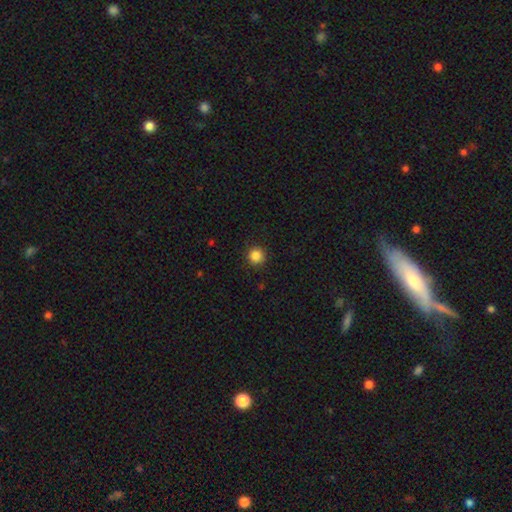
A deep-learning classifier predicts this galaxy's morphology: smooth_or_featured: smooth (p=0.86) [alt: star or artifact p=0.11]
how_rounded: round (p=0.95) [alt: in between p=0.04]
merging: none (p=0.92) [alt: minor disturbance p=0.05]